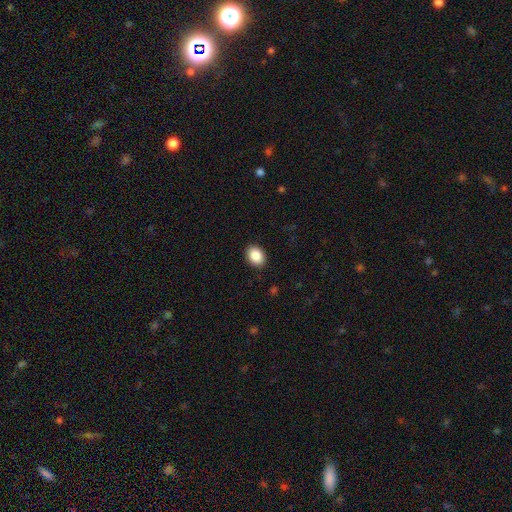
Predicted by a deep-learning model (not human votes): Morphology: type=smooth (88%); roundness=in between (69%); merging=none (90%).